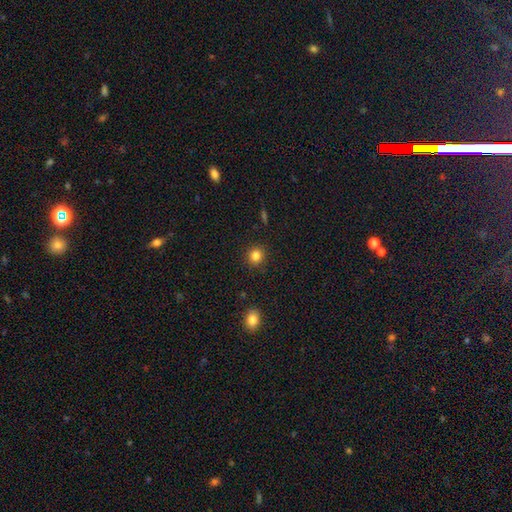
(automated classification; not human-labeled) smooth-or-featured: smooth: 84% | star or artifact: 11% | featured or disk: 5%
  how-rounded: round: 87% | in between: 12% | cigar-shaped: 1%
  merging: none: 90% | minor disturbance: 6% | major disturbance: 2% | merger: 1%